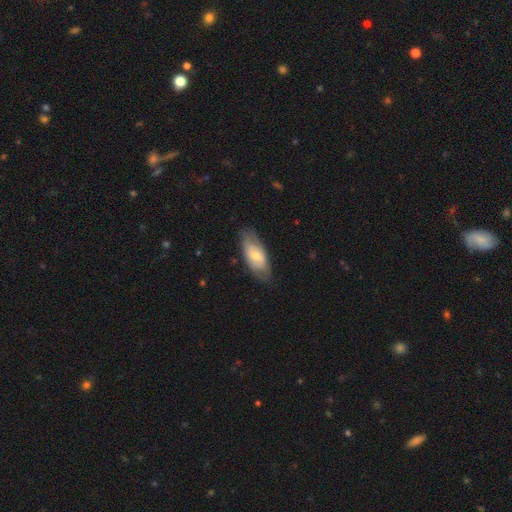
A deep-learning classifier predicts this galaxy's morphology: smooth_or_featured: smooth (p=0.51) [alt: featured or disk p=0.44]
how_rounded: in between (p=0.86) [alt: cigar-shaped p=0.11]
merging: none (p=0.72) [alt: minor disturbance p=0.21]